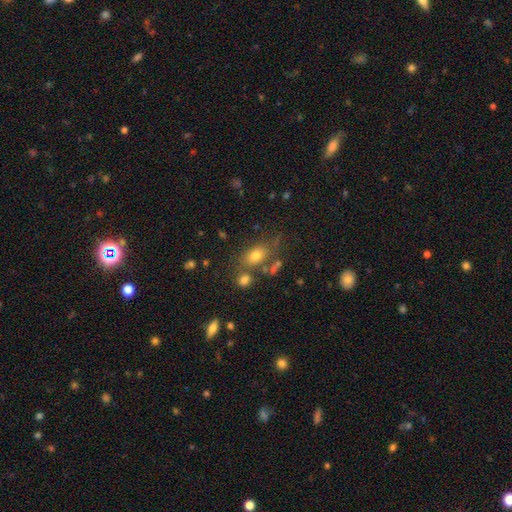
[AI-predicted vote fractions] Smooth or featured?
  - smooth: 73% *
  - star or artifact: 14%
  - featured or disk: 13%
How rounded?
  - in between: 77% *
  - round: 20%
  - cigar-shaped: 3%
Merging?
  - none: 64% *
  - minor disturbance: 15%
  - merger: 15%
  - major disturbance: 7%